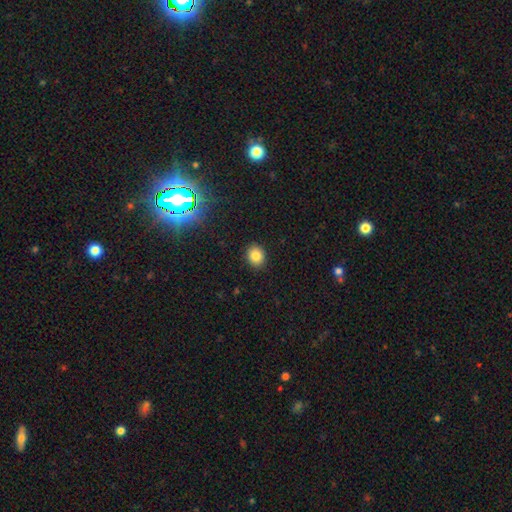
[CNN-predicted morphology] The model was most divided on "how rounded": round: 68%, in between: 31%, cigar-shaped: 1%. More confident: merging — none (90%); smooth or featured — smooth (82%).